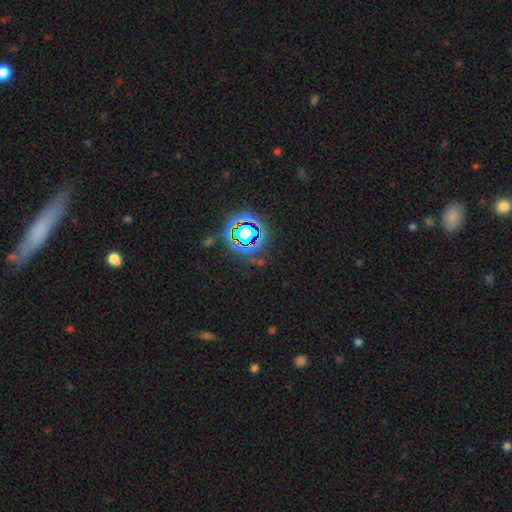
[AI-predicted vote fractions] smooth-or-featured: star or artifact: 75% | smooth: 15% | featured or disk: 10%